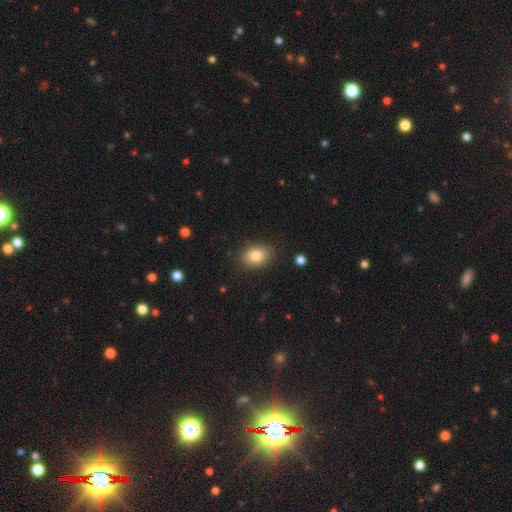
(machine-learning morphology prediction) Smooth or featured? Predicted: smooth (p=0.83). How rounded? Predicted: in between (p=0.61). Merging? Predicted: none (p=0.86).